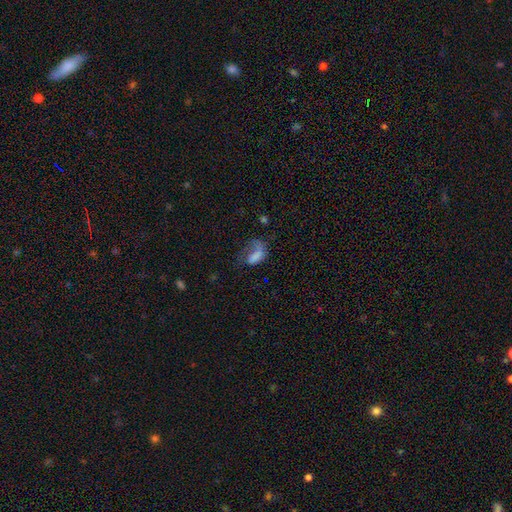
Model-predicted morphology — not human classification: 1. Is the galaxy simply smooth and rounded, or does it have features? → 59% smooth, 30% featured or disk, 11% star or artifact.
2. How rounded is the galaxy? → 88% in between, 8% round, 4% cigar-shaped.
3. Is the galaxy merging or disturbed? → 54% major disturbance, 22% none, 18% minor disturbance, 5% merger.